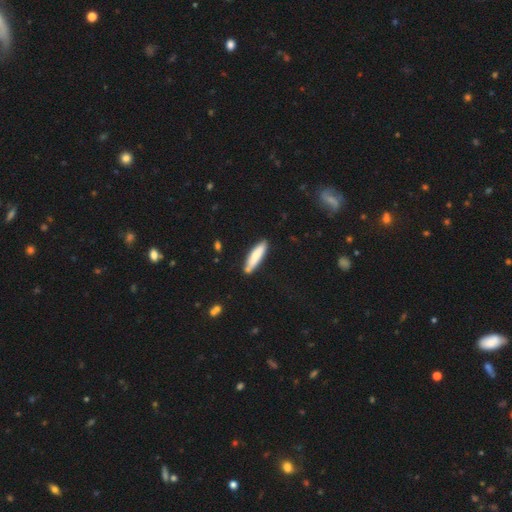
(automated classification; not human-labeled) Morphology: type=smooth (73%); roundness=cigar-shaped (75%); merging=none (79%).